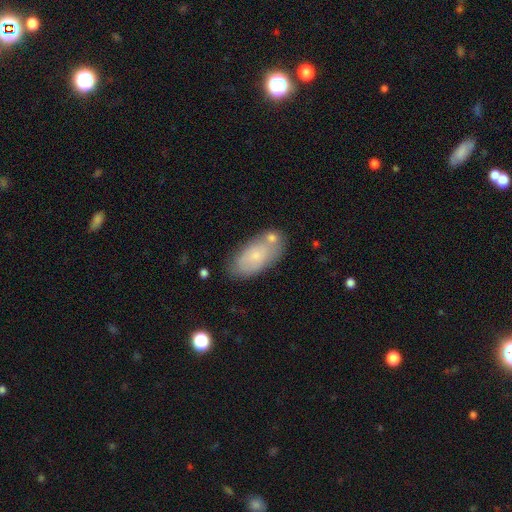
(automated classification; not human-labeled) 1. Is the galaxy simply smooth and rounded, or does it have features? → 66% smooth, 27% featured or disk, 7% star or artifact.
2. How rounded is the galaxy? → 92% in between, 5% cigar-shaped, 3% round.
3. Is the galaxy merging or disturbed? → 63% none, 18% minor disturbance, 14% merger, 5% major disturbance.